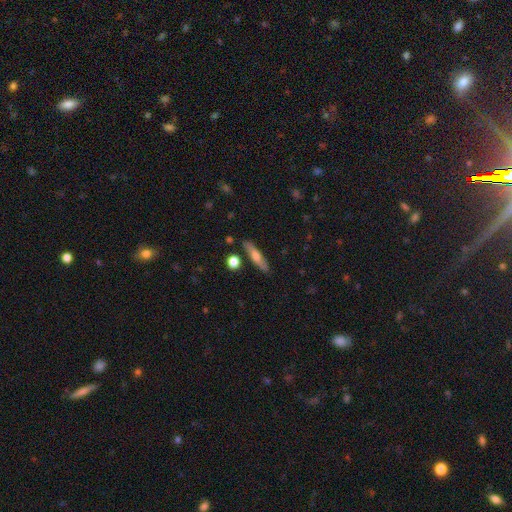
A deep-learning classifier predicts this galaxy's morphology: This appears to be a smooth galaxy with no disk features (57%) that is cigar-shaped (78%). Merging: none (84%).